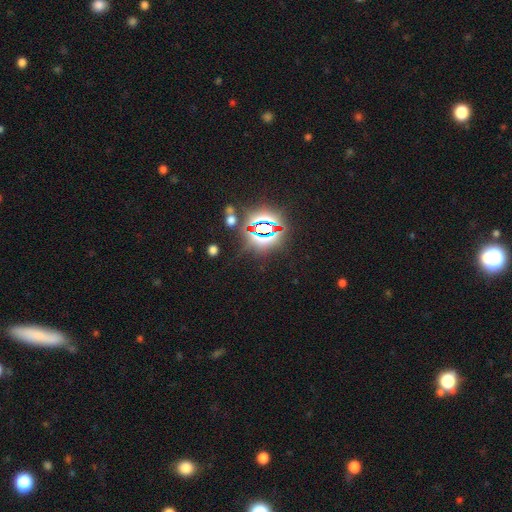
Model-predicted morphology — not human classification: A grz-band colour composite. It shows a star or artifact, not a galaxy (82%).